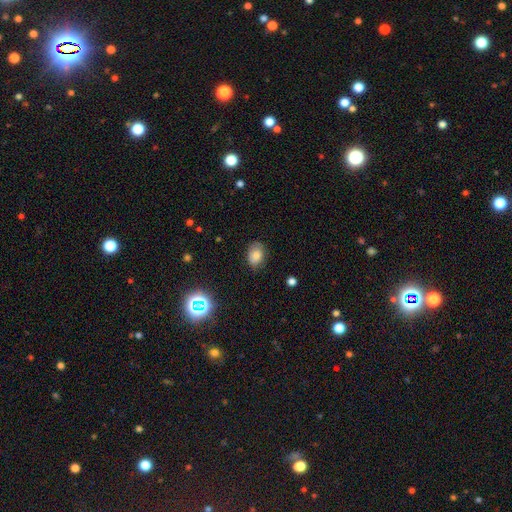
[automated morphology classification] smooth 78%, star or artifact 12%, featured or disk 10%. Down the decision tree: how rounded — in between (77%); merging — none (77%).